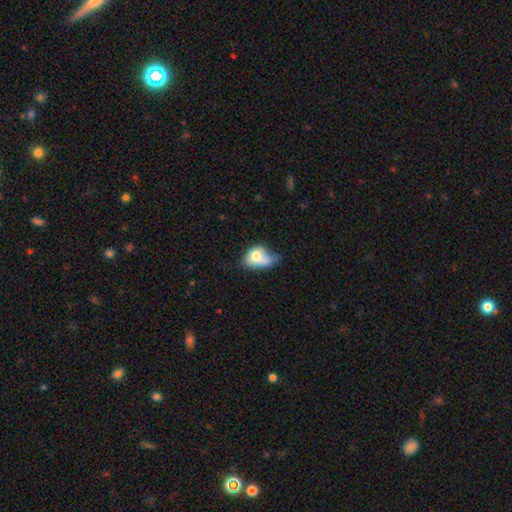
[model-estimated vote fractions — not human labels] Morphology: type=smooth (69%); roundness=in between (76%); merging=minor disturbance (32%).